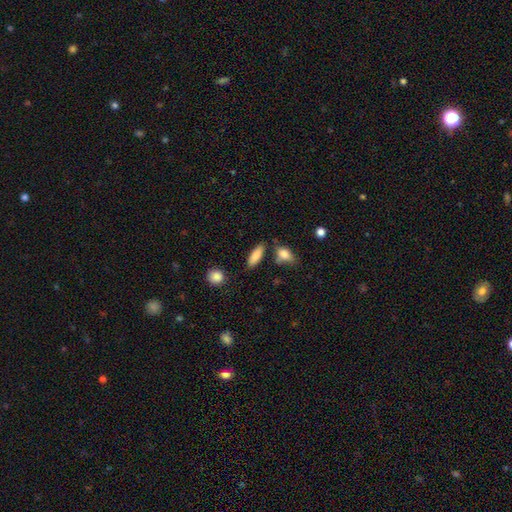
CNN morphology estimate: Smooth or featured? Predicted: smooth (p=0.85). How rounded? Predicted: in between (p=0.65). Merging? Predicted: none (p=0.76).